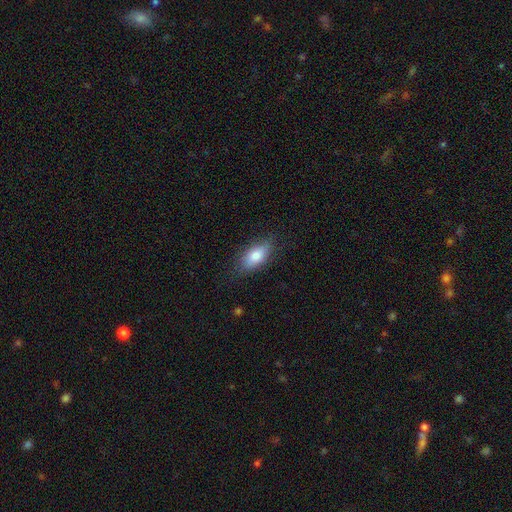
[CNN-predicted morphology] This is likely a smooth galaxy (80%). How rounded: clearly in between (86%). Merging: likely none (79%).